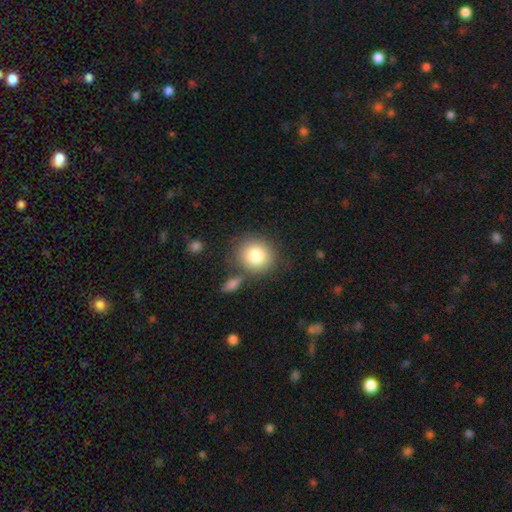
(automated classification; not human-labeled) This appears to be a smooth galaxy with no disk features (82%) that is round (85%). Merging: none (74%).